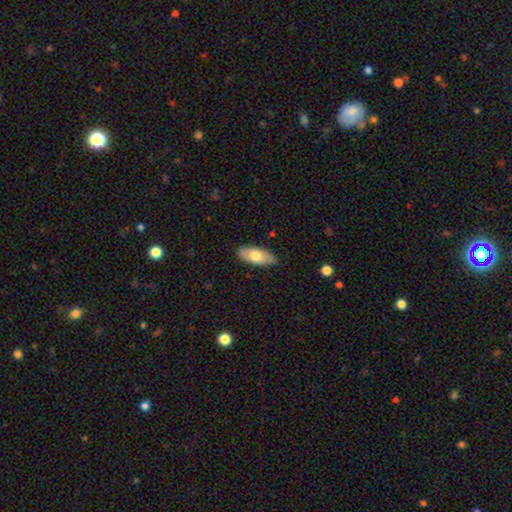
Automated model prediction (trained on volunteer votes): A smooth galaxy with no disk features (72%) that is in between round and cigar-shaped (84%). Merging: none (87%).